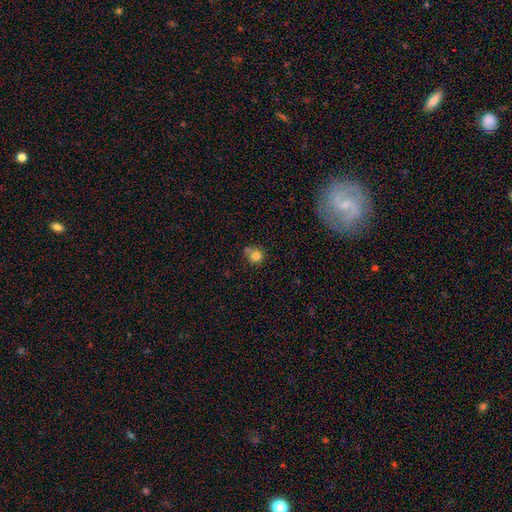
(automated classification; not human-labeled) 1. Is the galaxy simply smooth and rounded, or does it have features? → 81% smooth, 11% star or artifact, 8% featured or disk.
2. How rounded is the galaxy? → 83% round, 16% in between, 1% cigar-shaped.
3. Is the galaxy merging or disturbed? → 53% none, 23% minor disturbance, 15% merger, 8% major disturbance.